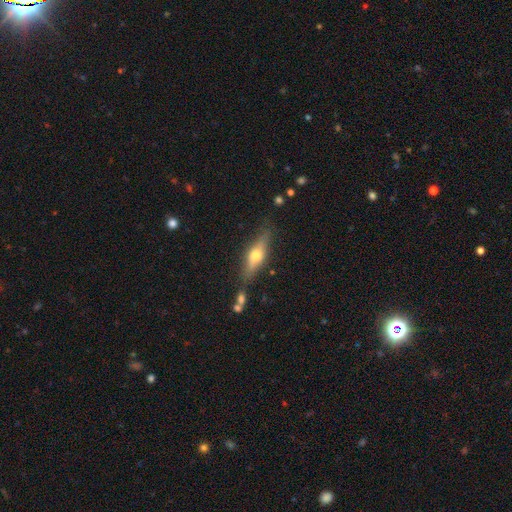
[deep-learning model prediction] smooth_or_featured: featured or disk (p=0.55) [alt: smooth p=0.38]
disk_edge_on: yes (p=0.89) [alt: no p=0.11]
merging: none (p=0.79) [alt: minor disturbance p=0.13]